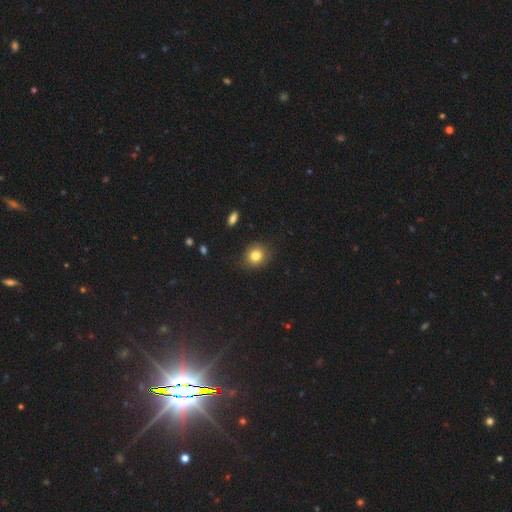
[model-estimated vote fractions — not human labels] A smooth galaxy with no disk features (82%) that is round (72%).

Vote fractions:
- Smooth or featured? smooth: 82% / star or artifact: 11% / featured or disk: 7%
- How rounded? round: 72% / in between: 27% / cigar-shaped: 1%
- Merging? none: 83% / minor disturbance: 13% / major disturbance: 3% / merger: 1%